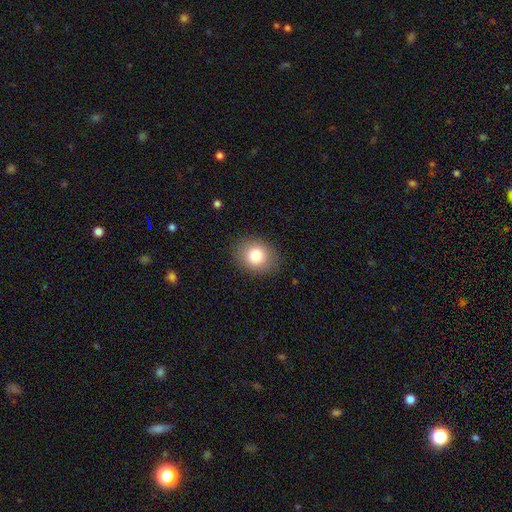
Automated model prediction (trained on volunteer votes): Morphology: type=smooth (81%); roundness=round (60%); merging=none (87%).